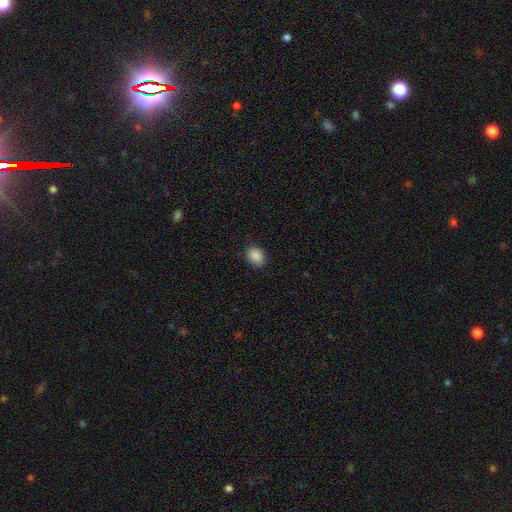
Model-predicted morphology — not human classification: smooth-or-featured: smooth: 89% | star or artifact: 8% | featured or disk: 3%
  how-rounded: in between: 67% | round: 32% | cigar-shaped: 1%
  merging: none: 86% | minor disturbance: 11% | major disturbance: 3% | merger: 1%